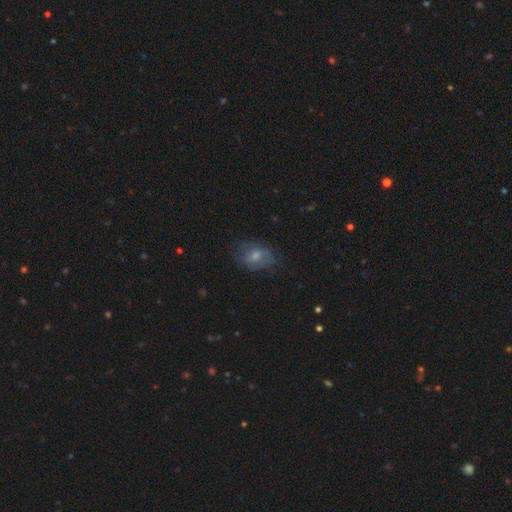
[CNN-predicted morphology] smooth_or_featured: smooth (p=0.53) [alt: featured or disk p=0.30]
how_rounded: in between (p=0.66) [alt: round p=0.32]
merging: none (p=0.69) [alt: minor disturbance p=0.21]